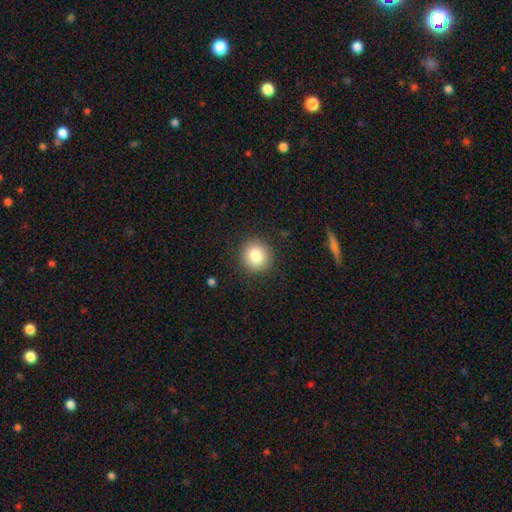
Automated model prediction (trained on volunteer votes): Q: Smooth or featured?
A: smooth (85%); runner-up: star or artifact (9%)
Q: How rounded?
A: round (88%); runner-up: in between (11%)
Q: Merging?
A: none (90%); runner-up: minor disturbance (7%)